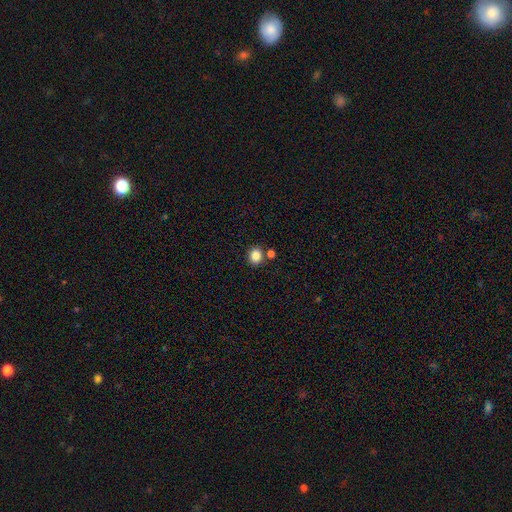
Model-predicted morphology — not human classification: This appears to be a smooth galaxy with no disk features (84%) that is round (76%). Merging: none (80%).